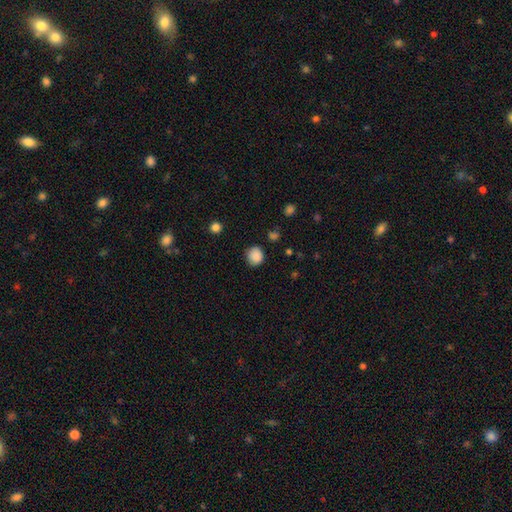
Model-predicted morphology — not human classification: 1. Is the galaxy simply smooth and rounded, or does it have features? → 87% smooth, 10% star or artifact, 3% featured or disk.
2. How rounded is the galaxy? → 84% round, 15% in between, 1% cigar-shaped.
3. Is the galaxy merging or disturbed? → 82% none, 13% minor disturbance, 3% major disturbance, 2% merger.